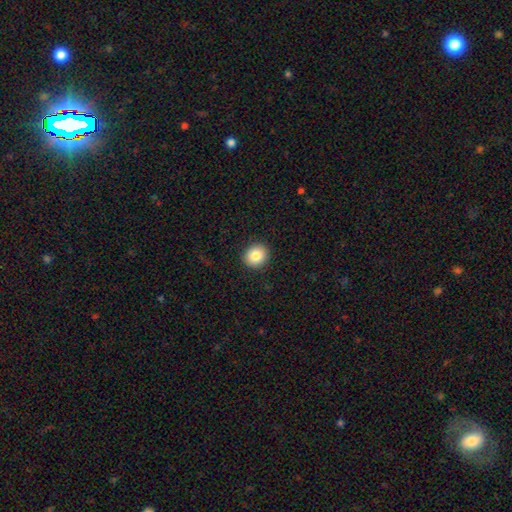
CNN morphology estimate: type=smooth (85%); roundness=round (78%); merging=none (91%).